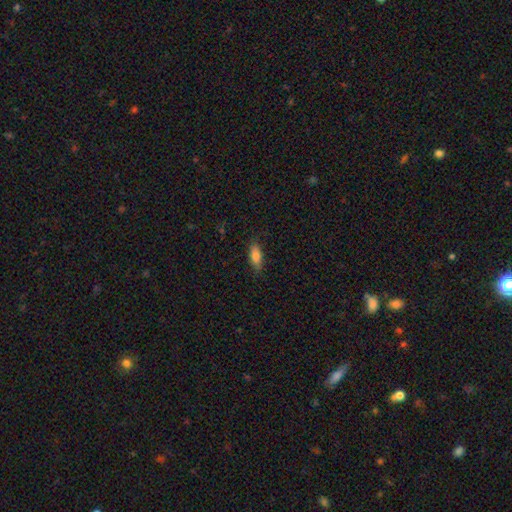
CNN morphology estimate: Q: Smooth or featured?
A: smooth (80%); runner-up: featured or disk (12%)
Q: How rounded?
A: in between (75%); runner-up: cigar-shaped (22%)
Q: Merging?
A: none (83%); runner-up: minor disturbance (13%)